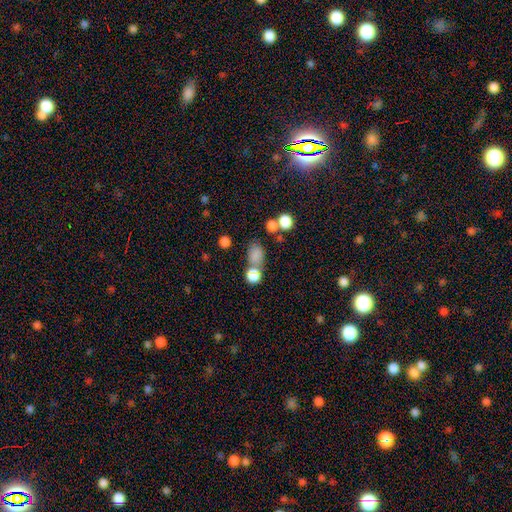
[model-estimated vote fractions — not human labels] Smooth or featured?
  - smooth: 76% *
  - star or artifact: 16%
  - featured or disk: 8%
How rounded?
  - in between: 65% *
  - round: 32%
  - cigar-shaped: 2%
Merging?
  - none: 52% *
  - merger: 28%
  - minor disturbance: 13%
  - major disturbance: 6%